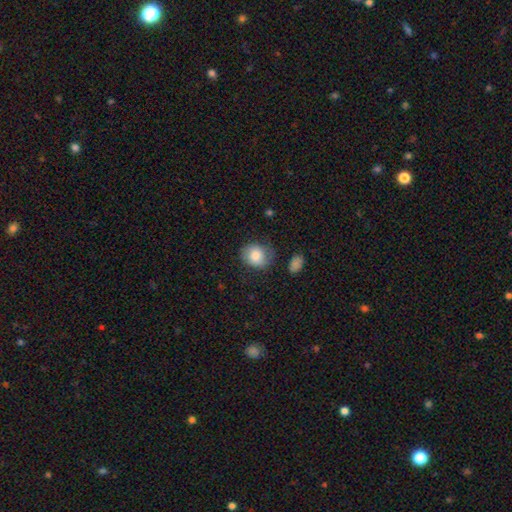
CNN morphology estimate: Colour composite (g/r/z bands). It shows a smooth galaxy with no disk features (78%) that is round (69%). Merging: none (68%).